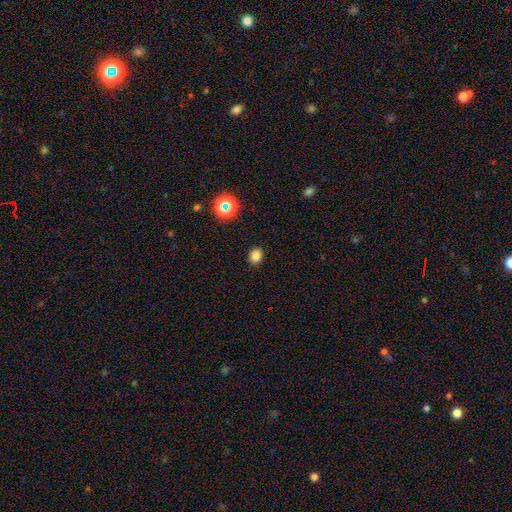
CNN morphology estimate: Smooth or featured?
  - smooth: 81% *
  - star or artifact: 15%
  - featured or disk: 4%
How rounded?
  - round: 65% *
  - in between: 34%
  - cigar-shaped: 1%
Merging?
  - none: 90% *
  - minor disturbance: 7%
  - major disturbance: 2%
  - merger: 1%